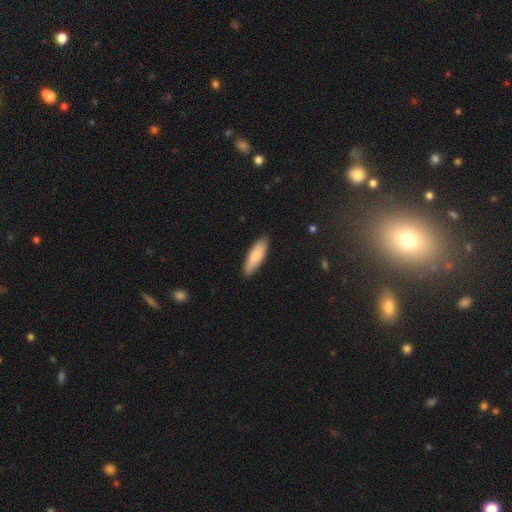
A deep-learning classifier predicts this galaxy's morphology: Smooth or featured? Predicted: smooth (p=0.80). How rounded? Predicted: in between (p=0.50). Merging? Predicted: none (p=0.87).